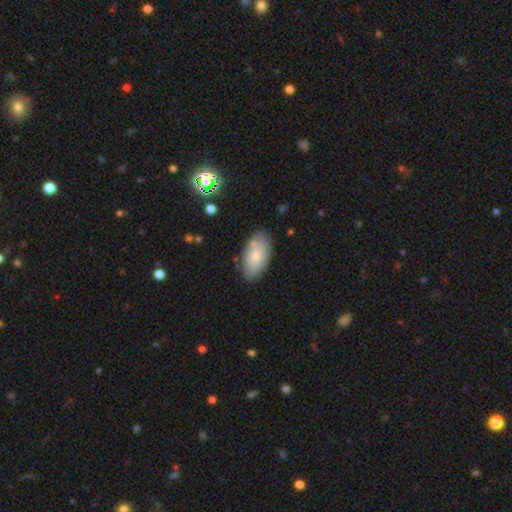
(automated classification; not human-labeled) The model was most divided on "smooth or featured": smooth: 74%, featured or disk: 20%, star or artifact: 7%. More confident: how rounded — in between (95%); merging — none (74%).